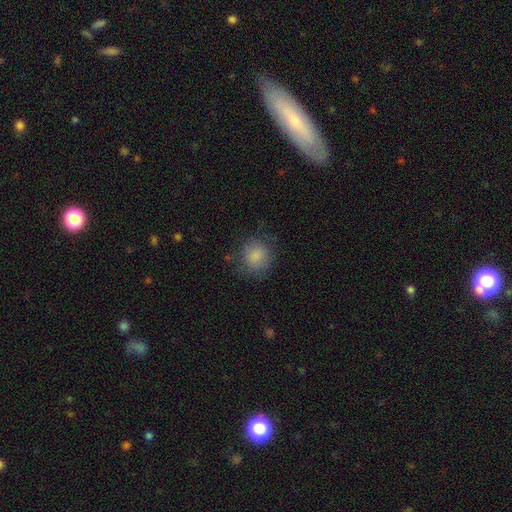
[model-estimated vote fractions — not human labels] A smooth galaxy with no disk features (85%) that is round (83%). Merging: none (76%).